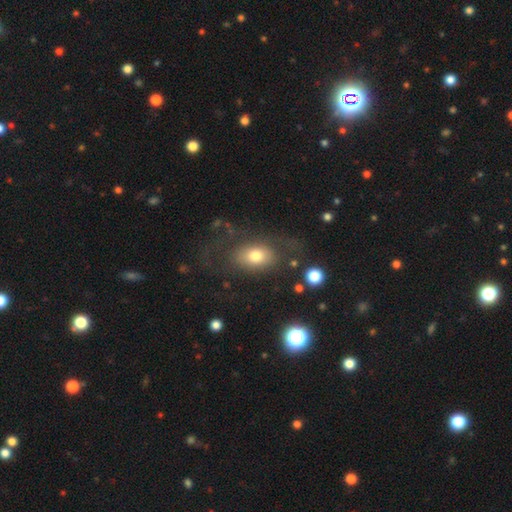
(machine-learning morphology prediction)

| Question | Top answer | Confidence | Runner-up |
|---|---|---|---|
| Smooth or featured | smooth | 67% | featured or disk (24%) |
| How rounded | in between | 79% | round (19%) |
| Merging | none | 58% | major disturbance (22%) |